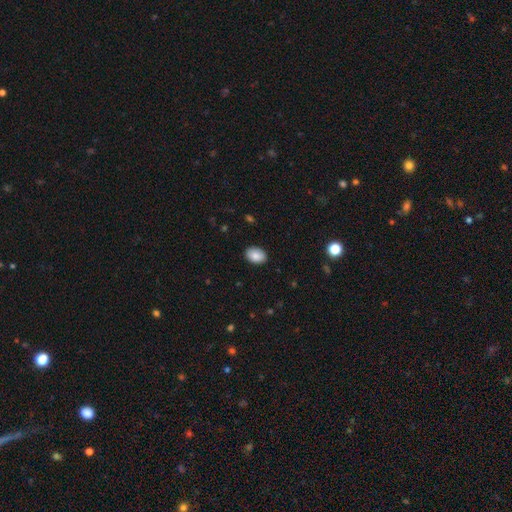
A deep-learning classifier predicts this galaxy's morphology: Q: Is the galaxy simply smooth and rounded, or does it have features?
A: smooth — 87%.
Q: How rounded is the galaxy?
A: in between — 84%.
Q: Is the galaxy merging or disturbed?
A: none — 89%.